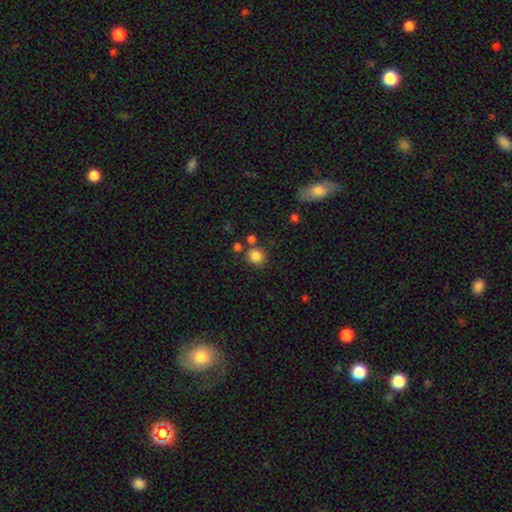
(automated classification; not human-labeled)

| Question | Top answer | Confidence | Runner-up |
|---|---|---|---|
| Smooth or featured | smooth | 84% | star or artifact (11%) |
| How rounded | round | 87% | in between (12%) |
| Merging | none | 75% | merger (12%) |